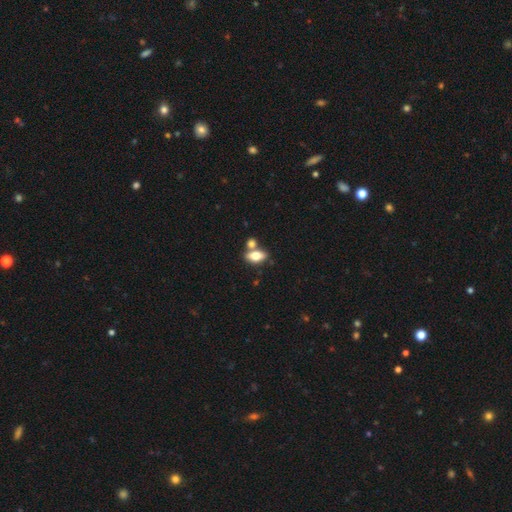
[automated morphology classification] Smooth or featured? Predicted: smooth (p=0.72). How rounded? Predicted: in between (p=0.85). Merging? Predicted: none (p=0.53).